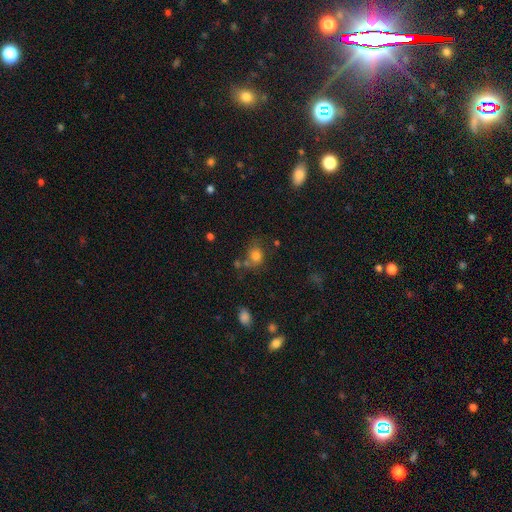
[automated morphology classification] The model was most divided on "how rounded": round: 59%, in between: 40%, cigar-shaped: 1%. More confident: smooth or featured — smooth (78%); merging — none (57%).